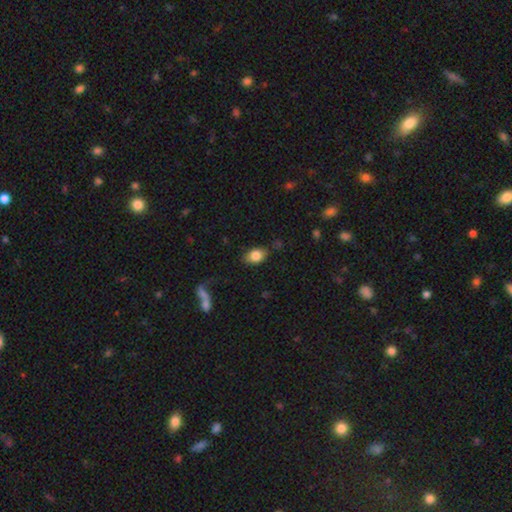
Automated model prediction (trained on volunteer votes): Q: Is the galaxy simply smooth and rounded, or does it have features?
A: smooth — 81%.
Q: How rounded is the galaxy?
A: in between — 85%.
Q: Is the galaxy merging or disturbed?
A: none — 78%.